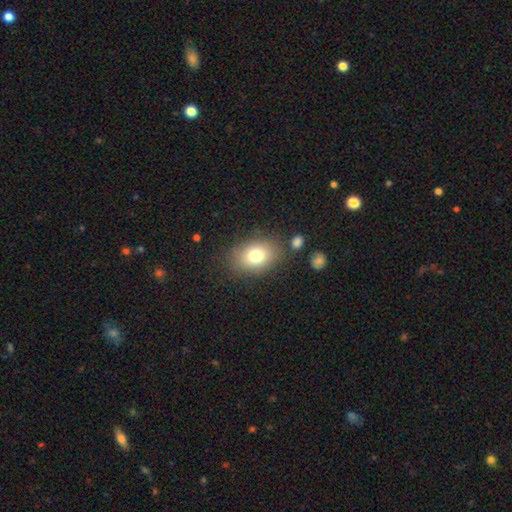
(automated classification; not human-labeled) The model was most divided on "how rounded": in between: 71%, round: 28%, cigar-shaped: 1%. More confident: merging — none (80%); smooth or featured — smooth (77%).